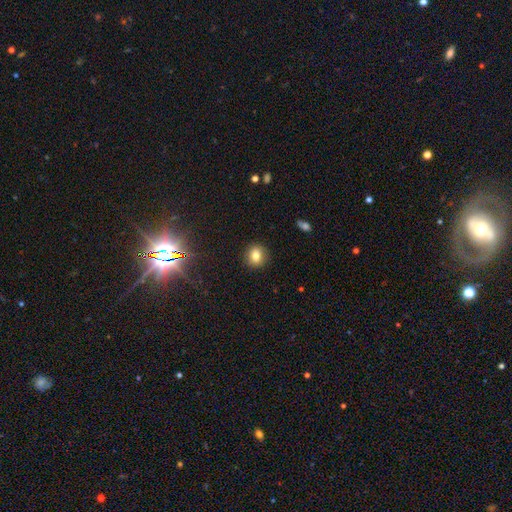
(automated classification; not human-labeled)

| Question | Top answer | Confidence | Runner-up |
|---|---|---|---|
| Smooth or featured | smooth | 79% | star or artifact (13%) |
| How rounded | round | 80% | in between (19%) |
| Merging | none | 90% | minor disturbance (7%) |